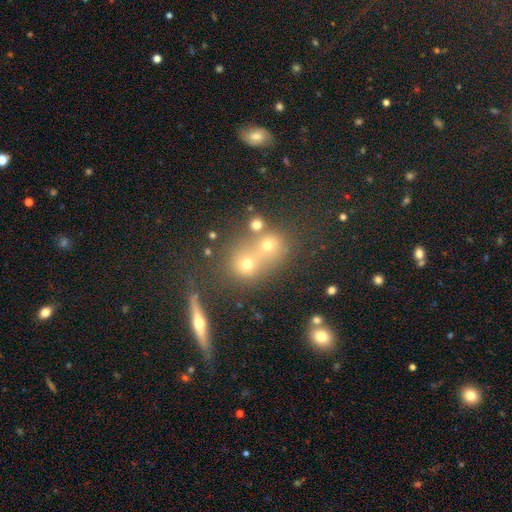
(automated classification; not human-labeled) This appears to be a smooth galaxy with no disk features (46%). Merging: none (44%, tied with merger).